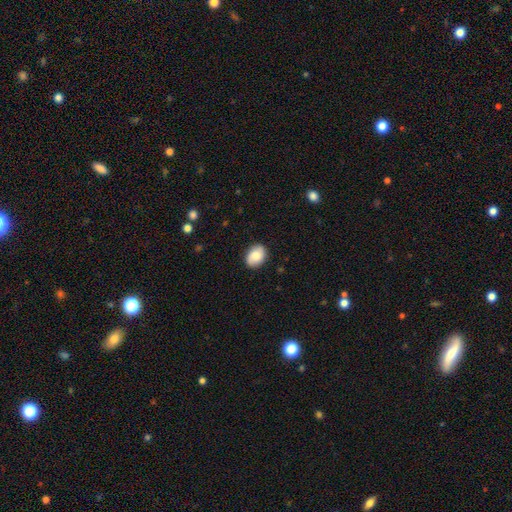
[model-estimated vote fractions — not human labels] Overall: smooth (78%). How rounded: in between (74%). Merging: none (86%).